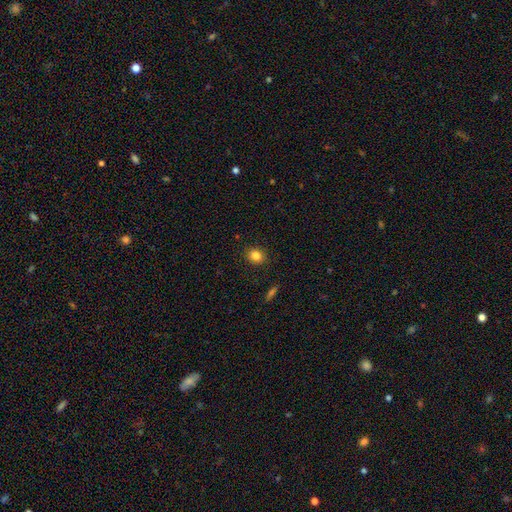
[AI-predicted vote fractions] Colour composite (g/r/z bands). It shows a smooth galaxy with no disk features (84%) that is round (63%). Merging: none (88%).